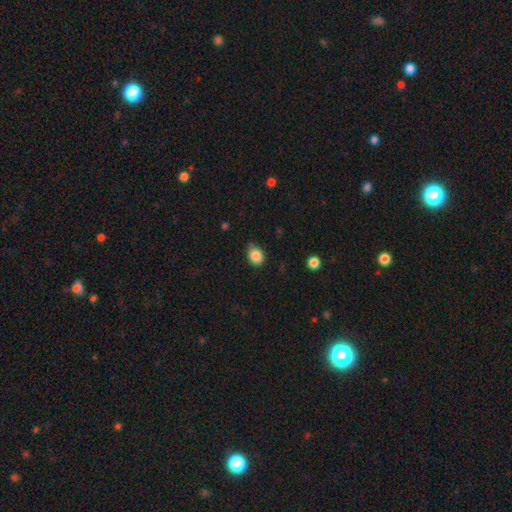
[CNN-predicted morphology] smooth_or_featured: smooth (p=0.86) [alt: star or artifact p=0.10]
how_rounded: round (p=0.59) [alt: in between p=0.41]
merging: none (p=0.74) [alt: minor disturbance p=0.20]